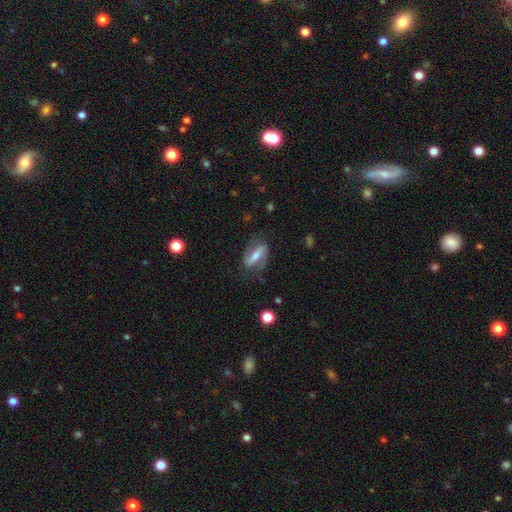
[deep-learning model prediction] The model was most divided on "bulge size": moderate: 49%, small: 30%, large: 12%, none: 7%, dominant: 2%. More confident: edge-on disk — no (88%); spiral arms — yes (83%); merging — none (71%); smooth or featured — featured or disk (66%); bar — strong (60%).